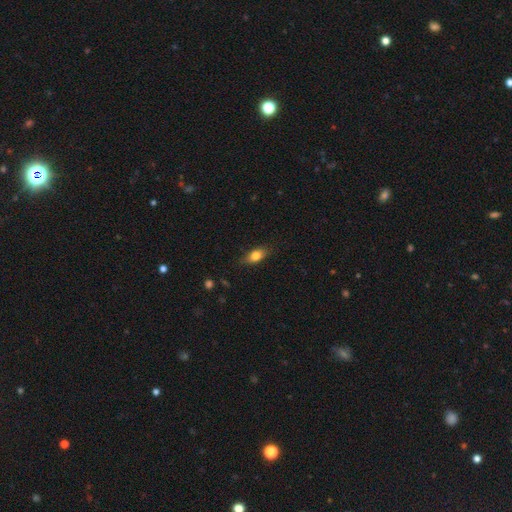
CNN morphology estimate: This appears to be a smooth galaxy with no disk features (78%) that is in between round and cigar-shaped (81%). Merging: none (82%).